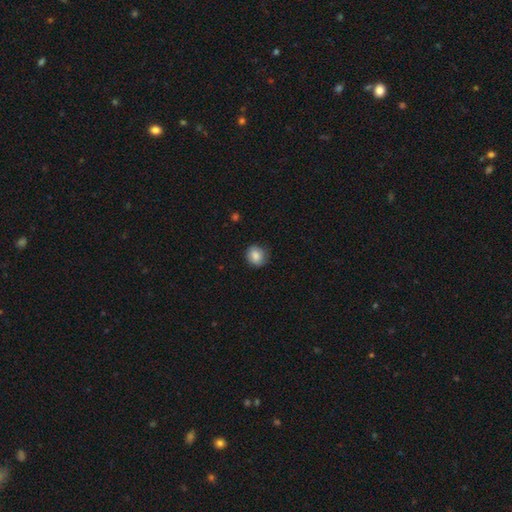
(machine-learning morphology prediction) smooth_or_featured: smooth (p=0.84) [alt: featured or disk p=0.08]
how_rounded: round (p=0.83) [alt: in between p=0.16]
merging: none (p=0.81) [alt: minor disturbance p=0.15]